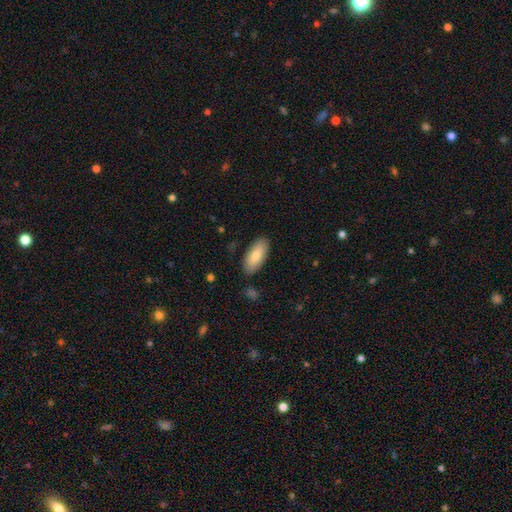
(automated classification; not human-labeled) Smooth or featured? smooth (78%)
How rounded? in between (88%)
Merging? none (85%)